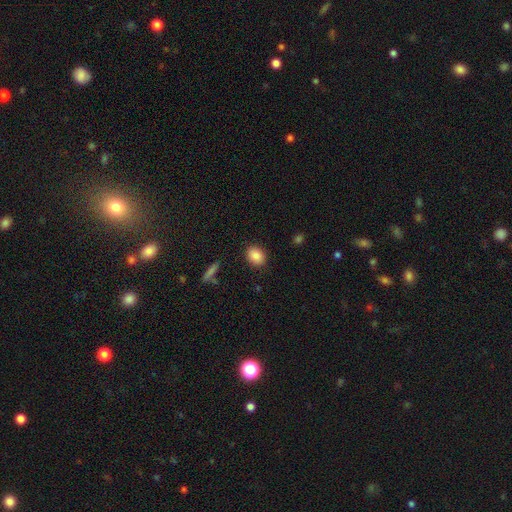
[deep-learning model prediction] A smooth galaxy with no disk features (87%) that is in between round and cigar-shaped (52%). Merging: none (88%).